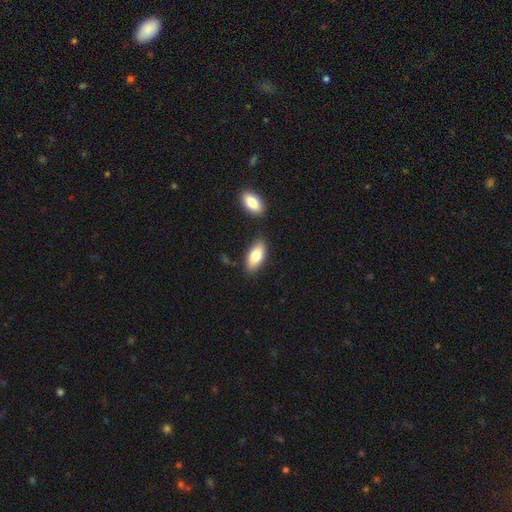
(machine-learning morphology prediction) The model was most divided on "smooth or featured": smooth: 80%, featured or disk: 14%, star or artifact: 6%. More confident: how rounded — in between (88%); merging — none (79%).